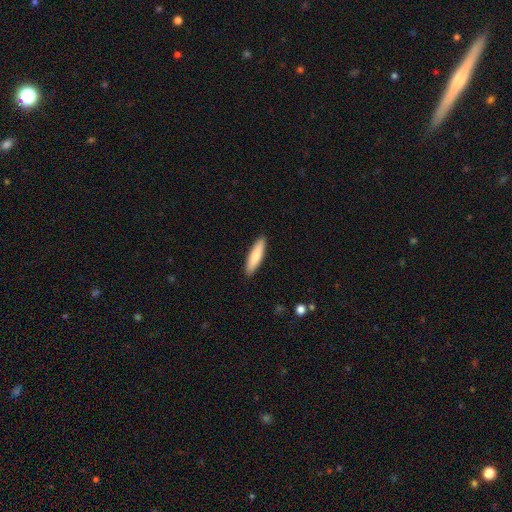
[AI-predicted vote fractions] smooth-or-featured: smooth: 81% | featured or disk: 14% | star or artifact: 5%
  how-rounded: cigar-shaped: 73% | in between: 25% | round: 1%
  merging: none: 91% | minor disturbance: 7% | major disturbance: 1% | merger: 1%